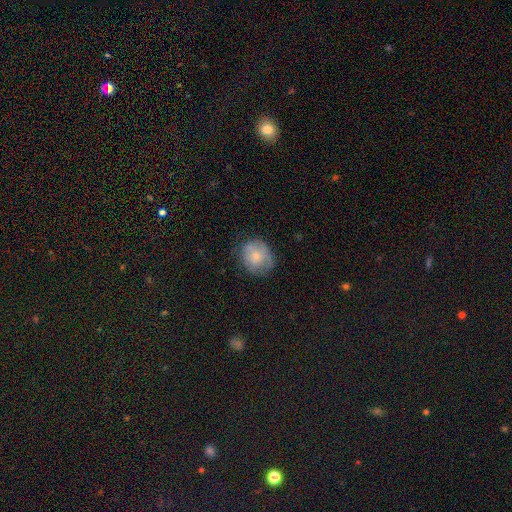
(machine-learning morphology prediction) Overall: smooth (67%). How rounded: round (74%). Merging: none (62%; minor disturbance 26%).